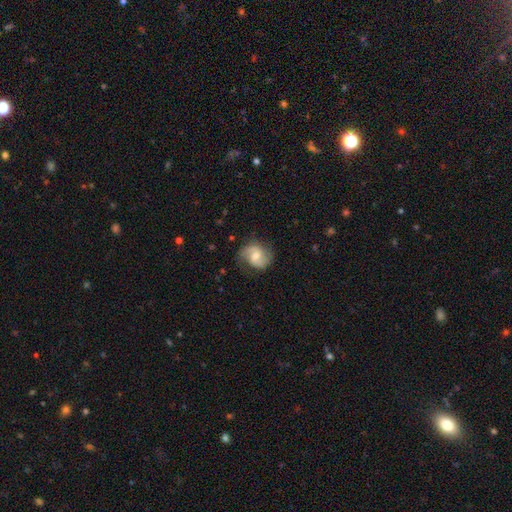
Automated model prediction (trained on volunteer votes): This is likely a featured or disk galaxy (65%). It is clearly not viewed edge-on (98%). Bar: possibly weak (47%). Spiral arm pattern: clearly yes (92%). Spiral arm count: clearly 2 (87%). Spiral winding: possibly medium (48%). Central bulge: possibly moderate (57%). Merging: likely none (74%).